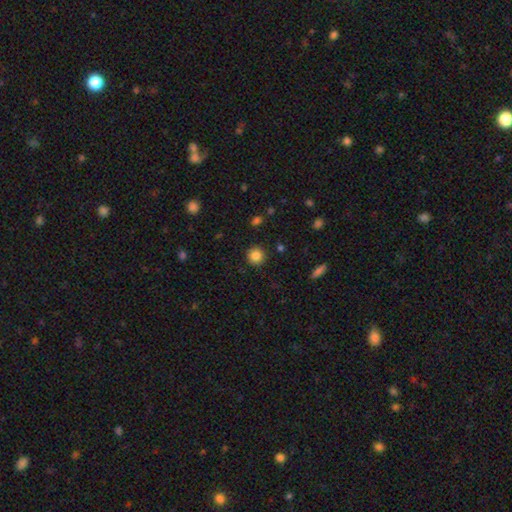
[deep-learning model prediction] smooth-or-featured: smooth: 85% | star or artifact: 10% | featured or disk: 5%
  how-rounded: round: 93% | in between: 6% | cigar-shaped: 1%
  merging: none: 91% | minor disturbance: 6% | major disturbance: 2% | merger: 1%